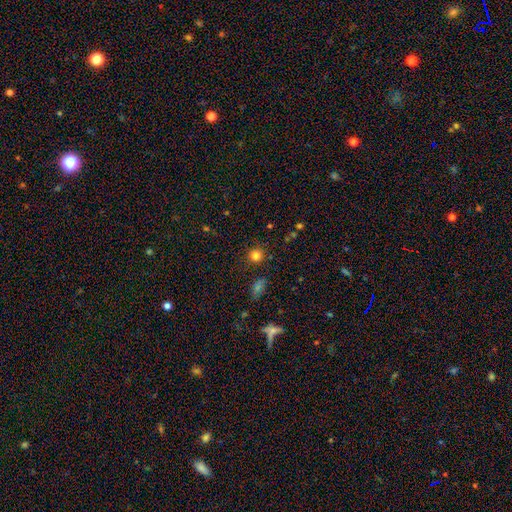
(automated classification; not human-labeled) Smooth or featured? smooth (80%)
How rounded? round (88%)
Merging? none (85%)